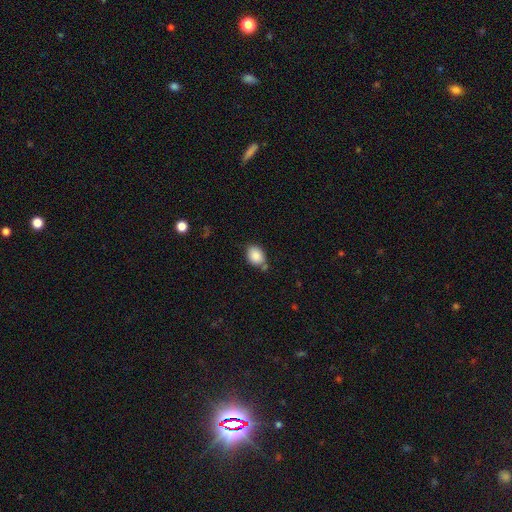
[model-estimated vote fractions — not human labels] This is clearly a smooth galaxy (87%). How rounded: likely in between (68%). Merging: likely none (65%).